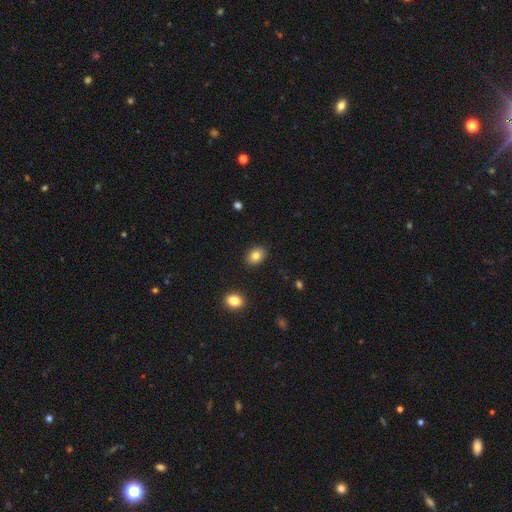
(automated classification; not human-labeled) smooth 82%, star or artifact 9%, featured or disk 8%. Down the decision tree: how rounded — in between (63%); merging — none (89%).